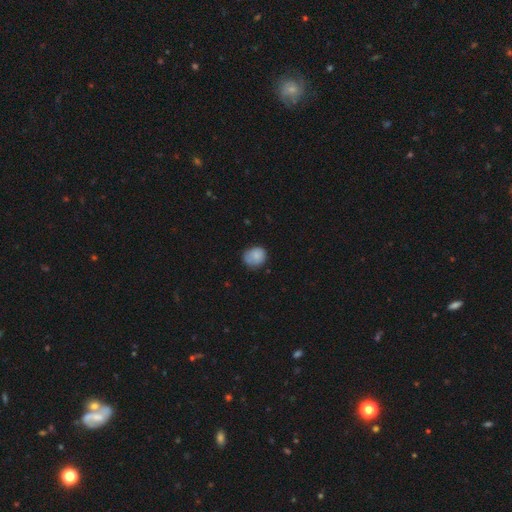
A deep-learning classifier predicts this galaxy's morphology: smooth_or_featured: smooth (p=0.81) [alt: featured or disk p=0.11]
how_rounded: round (p=0.67) [alt: in between p=0.32]
merging: none (p=0.61) [alt: minor disturbance p=0.29]